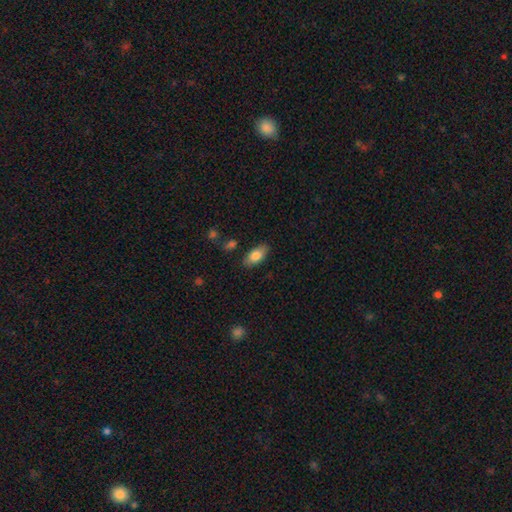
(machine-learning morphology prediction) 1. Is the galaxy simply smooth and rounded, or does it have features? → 79% smooth, 14% featured or disk, 7% star or artifact.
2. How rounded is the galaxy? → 89% in between, 8% cigar-shaped, 3% round.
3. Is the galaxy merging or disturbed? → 84% none, 11% minor disturbance, 3% major disturbance, 2% merger.